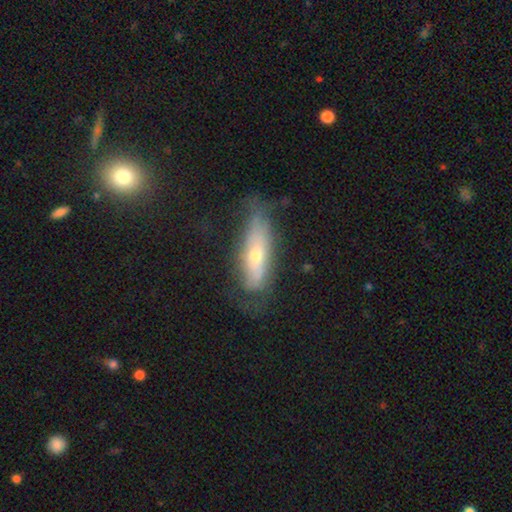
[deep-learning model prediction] Smooth or featured?
  - featured or disk: 47% *
  - smooth: 45%
  - star or artifact: 8%
Merging?
  - none: 56% *
  - minor disturbance: 28%
  - major disturbance: 14%
  - merger: 2%